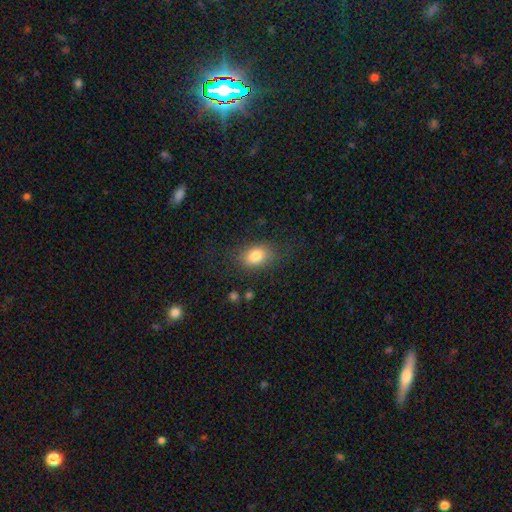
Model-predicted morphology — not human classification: Smooth or featured? Predicted: smooth (p=0.82). How rounded? Predicted: in between (p=0.78). Merging? Predicted: none (p=0.76).